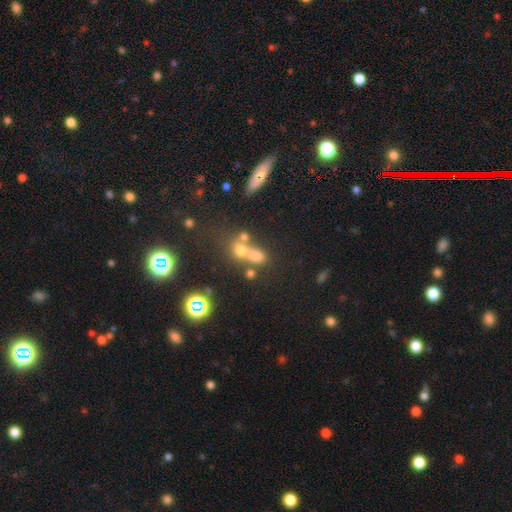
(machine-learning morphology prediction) A smooth galaxy with no disk features (60%) that is in between round and cigar-shaped (53%).

Vote fractions:
- Smooth or featured? smooth: 60% / star or artifact: 23% / featured or disk: 17%
- How rounded? in between: 53% / round: 41% / cigar-shaped: 6%
- Merging? merger: 46% / none: 34% / minor disturbance: 12% / major disturbance: 9%